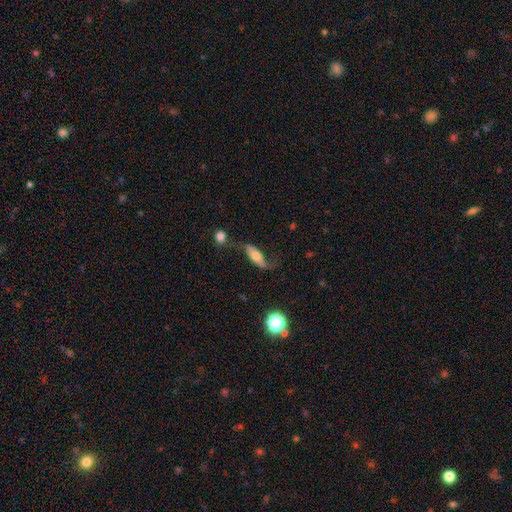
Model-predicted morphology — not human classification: The model was most divided on "merging": none: 50%, minor disturbance: 21%, major disturbance: 18%, merger: 11%. More confident: edge-on disk — no (76%); smooth or featured — featured or disk (64%).